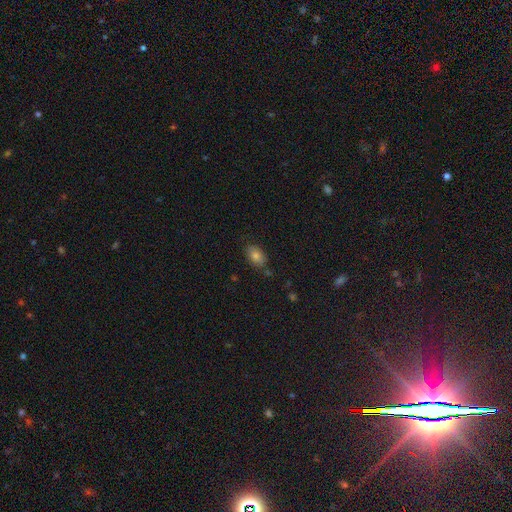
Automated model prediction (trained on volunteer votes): Morphology: type=smooth (81%); roundness=in between (88%); merging=none (79%).